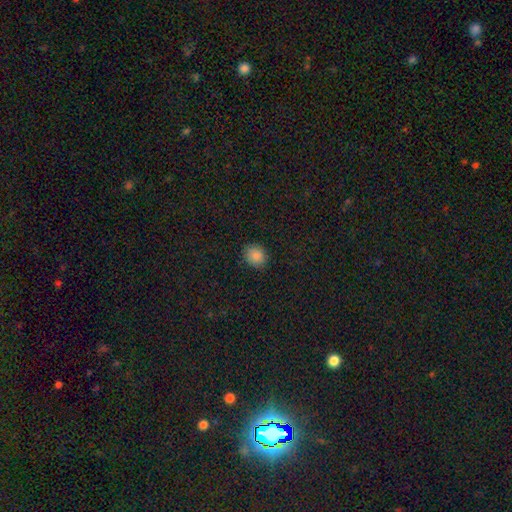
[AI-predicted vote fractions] smooth_or_featured: smooth (p=0.87) [alt: star or artifact p=0.10]
how_rounded: round (p=0.71) [alt: in between p=0.29]
merging: none (p=0.88) [alt: minor disturbance p=0.09]